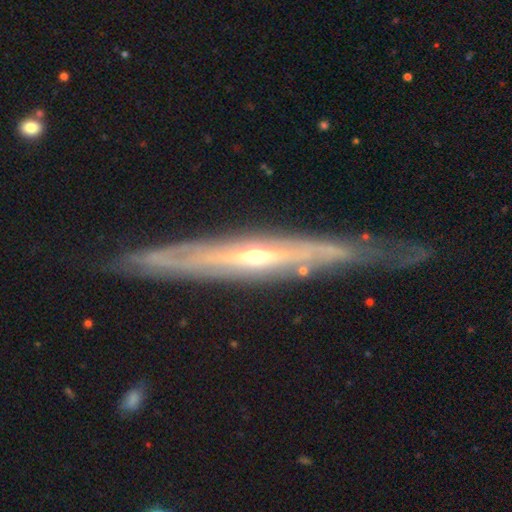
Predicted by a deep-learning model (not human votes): A featured or disk galaxy (85%) viewed edge-on (78%) with a rounded central bulge (70%).

Vote fractions:
- Smooth or featured? featured or disk: 85% / smooth: 10% / star or artifact: 6%
- Edge-on disk? yes: 78% / no: 22%
- Edge-on bulge? rounded: 70% / none: 27% / boxy: 3%
- Merging? none: 74% / minor disturbance: 18% / major disturbance: 6% / merger: 2%